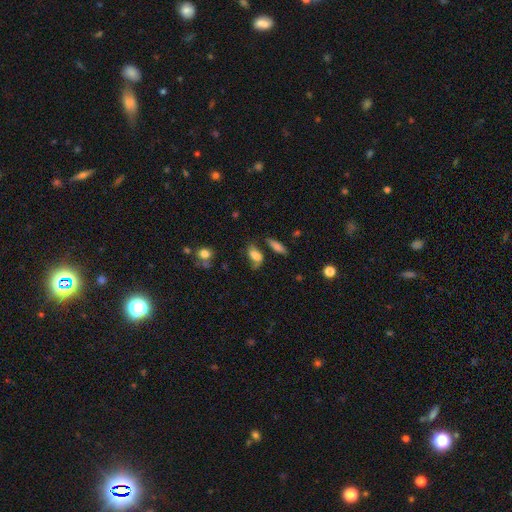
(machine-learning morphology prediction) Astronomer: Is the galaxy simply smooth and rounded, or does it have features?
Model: smooth — 64%.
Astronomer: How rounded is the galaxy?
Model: in between — 80%.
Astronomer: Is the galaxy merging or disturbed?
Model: none — 46% (runner-up: minor disturbance, 23%).